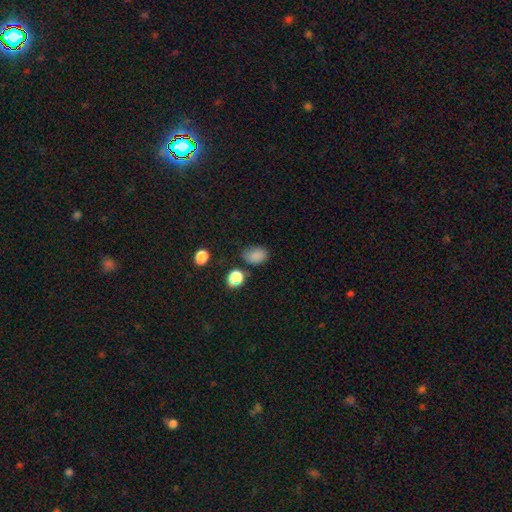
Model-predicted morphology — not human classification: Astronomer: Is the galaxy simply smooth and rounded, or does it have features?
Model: smooth — 83%.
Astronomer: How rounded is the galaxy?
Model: in between — 78%.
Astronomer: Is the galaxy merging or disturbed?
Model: none — 71%.